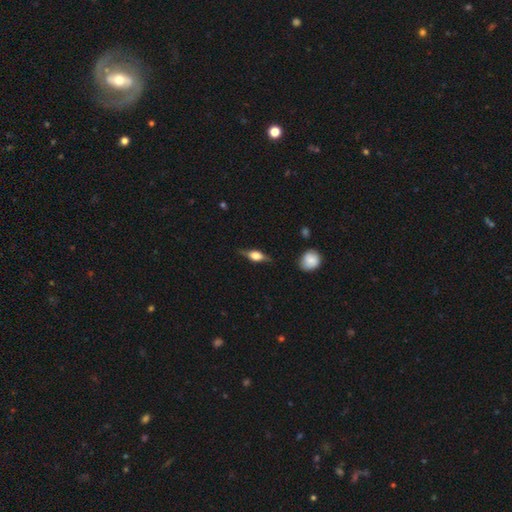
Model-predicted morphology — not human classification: smooth-or-featured: featured or disk: 54% | smooth: 39% | star or artifact: 8%
  disk-edge-on: yes: 91% | no: 9%
  merging: none: 75% | minor disturbance: 18% | major disturbance: 5% | merger: 2%